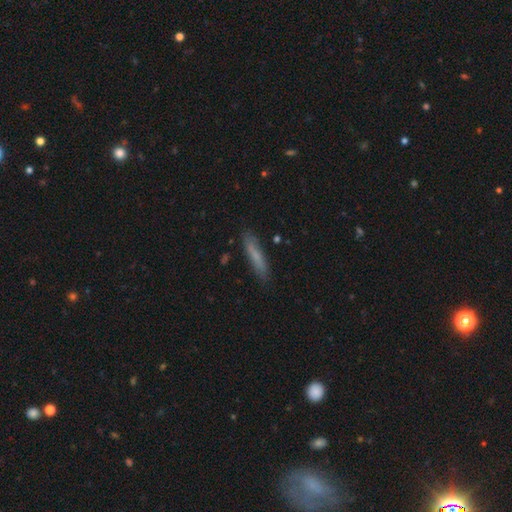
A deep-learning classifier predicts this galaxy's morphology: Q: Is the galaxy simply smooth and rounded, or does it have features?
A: smooth — 72%.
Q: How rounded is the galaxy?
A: cigar-shaped — 89%.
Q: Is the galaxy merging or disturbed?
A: none — 84%.